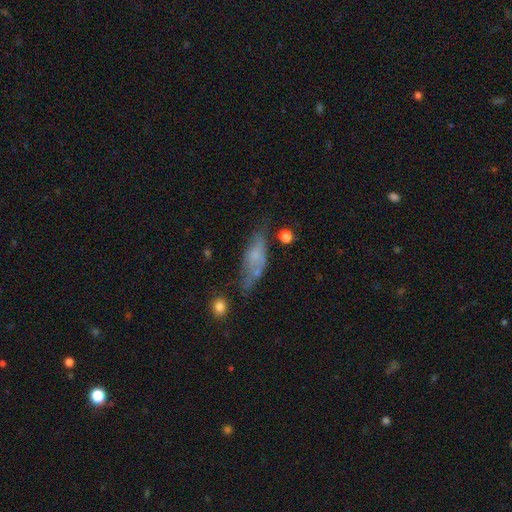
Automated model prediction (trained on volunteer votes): Smooth or featured? smooth (47%)
Merging? none (41%)